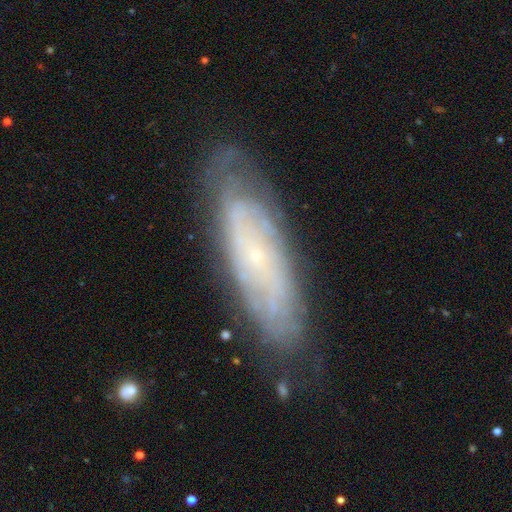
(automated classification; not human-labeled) featured or disk 74%, smooth 20%, star or artifact 6%. Down the decision tree: edge-on disk — no (82%); bar — no (78%); spiral arms — yes (86%); spiral arm count — can't tell (62%); spiral winding — tight (71%); bulge size — small (86%); merging — none (77%).